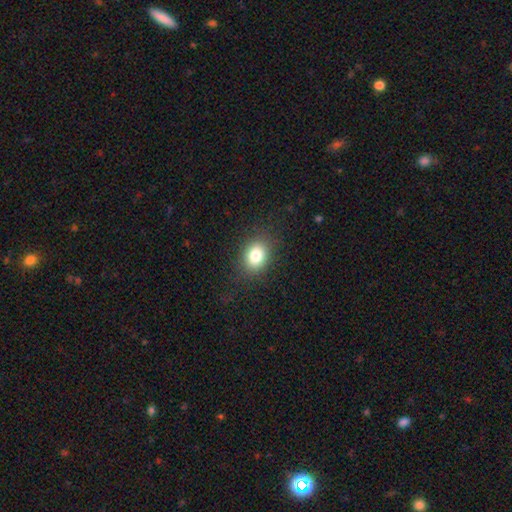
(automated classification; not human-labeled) Smooth or featured?
  - smooth: 82% *
  - star or artifact: 11%
  - featured or disk: 8%
How rounded?
  - in between: 56% *
  - round: 43%
  - cigar-shaped: 1%
Merging?
  - none: 85% *
  - minor disturbance: 10%
  - major disturbance: 4%
  - merger: 1%